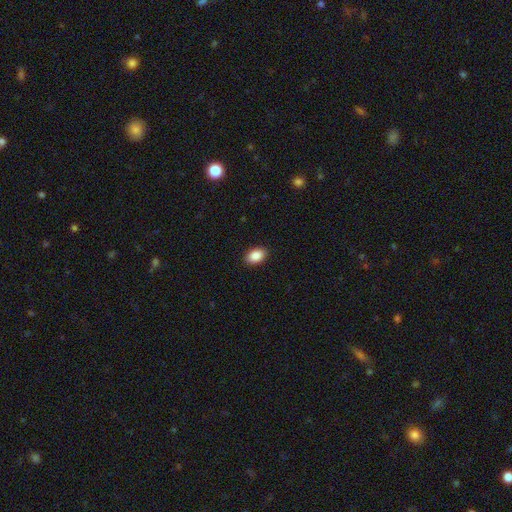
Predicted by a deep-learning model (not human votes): Q: Smooth or featured?
A: smooth (88%); runner-up: star or artifact (8%)
Q: How rounded?
A: in between (87%); runner-up: round (11%)
Q: Merging?
A: none (90%); runner-up: minor disturbance (8%)